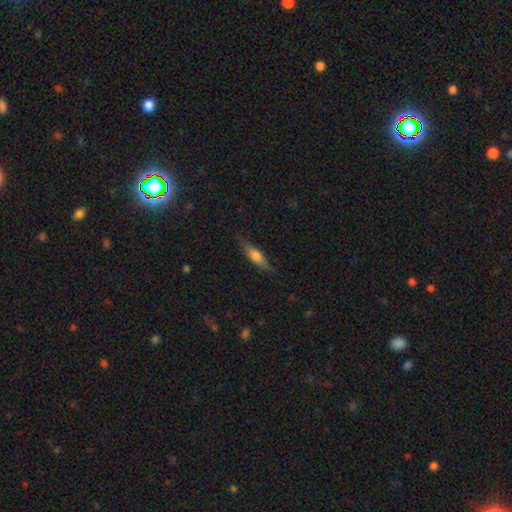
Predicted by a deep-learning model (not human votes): Smooth or featured: smooth — 57% (featured or disk — 36%)
How rounded: cigar-shaped — 64% (in between — 33%)
Merging: none — 82% (minor disturbance — 13%)